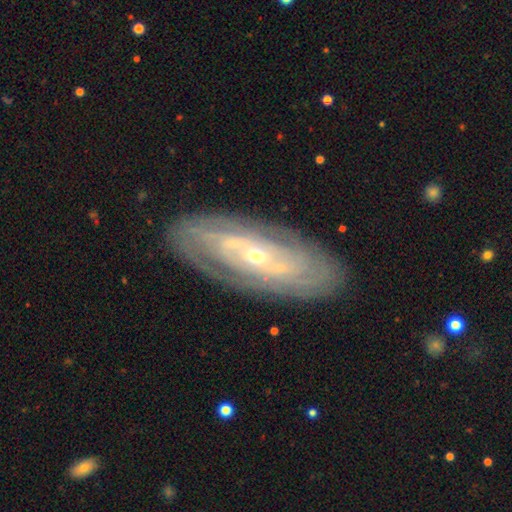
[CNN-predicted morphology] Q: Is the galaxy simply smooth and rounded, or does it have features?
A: featured or disk — 82%.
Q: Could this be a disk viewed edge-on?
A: no — 86%.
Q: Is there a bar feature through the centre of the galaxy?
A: no — 59%.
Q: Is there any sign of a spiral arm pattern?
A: yes — 83%.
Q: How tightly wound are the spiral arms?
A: tight — 72%.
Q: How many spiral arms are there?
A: can't tell — 49%.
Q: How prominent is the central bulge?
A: small — 70%.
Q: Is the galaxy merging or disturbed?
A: none — 83%.